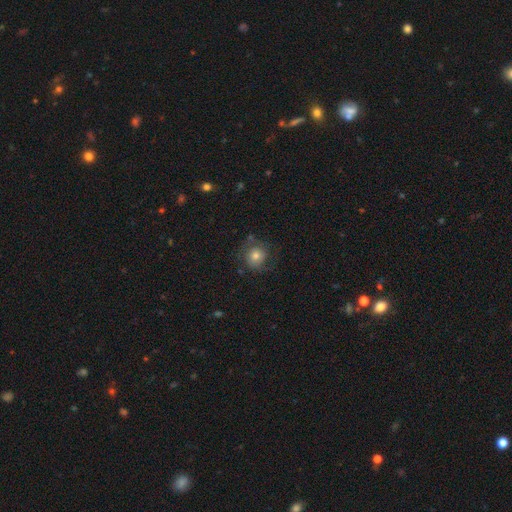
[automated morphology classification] Smooth or featured? smooth (57%)
How rounded? round (85%)
Merging? none (67%)